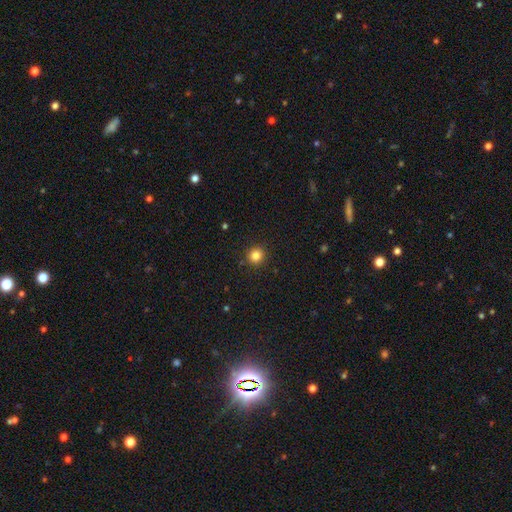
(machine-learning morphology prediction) The model was most divided on "smooth or featured": smooth: 83%, star or artifact: 12%, featured or disk: 5%. More confident: how rounded — round (92%); merging — none (91%).